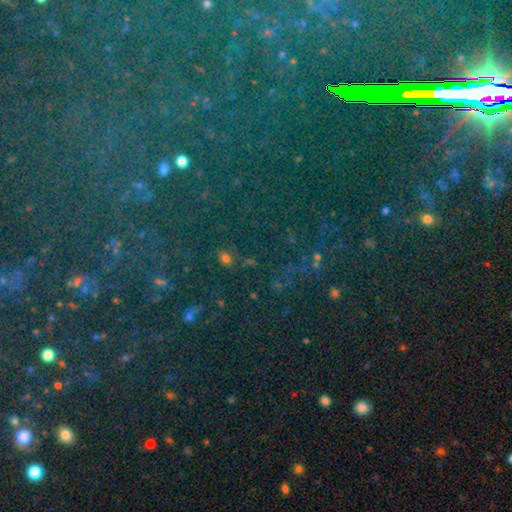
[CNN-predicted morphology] This is likely a star or artifact rather than a galaxy (79%).